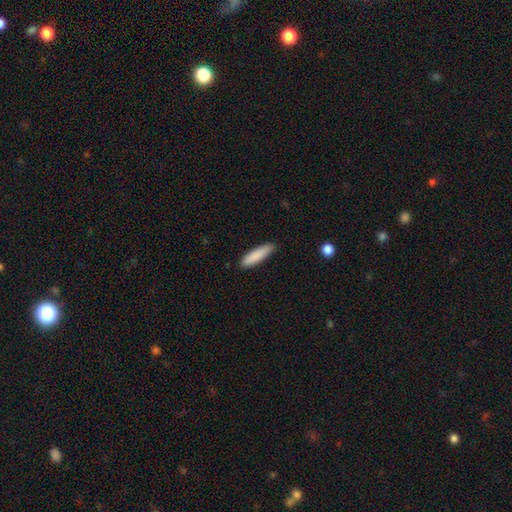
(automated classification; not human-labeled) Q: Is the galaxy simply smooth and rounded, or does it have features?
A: smooth — 87%.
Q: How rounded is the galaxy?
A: cigar-shaped — 74%.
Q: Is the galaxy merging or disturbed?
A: none — 87%.